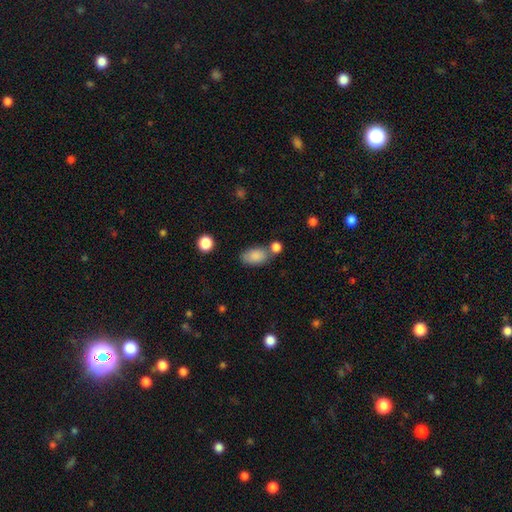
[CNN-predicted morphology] This appears to be a smooth galaxy with no disk features (85%) that is in between round and cigar-shaped (91%). Merging: none (56%).